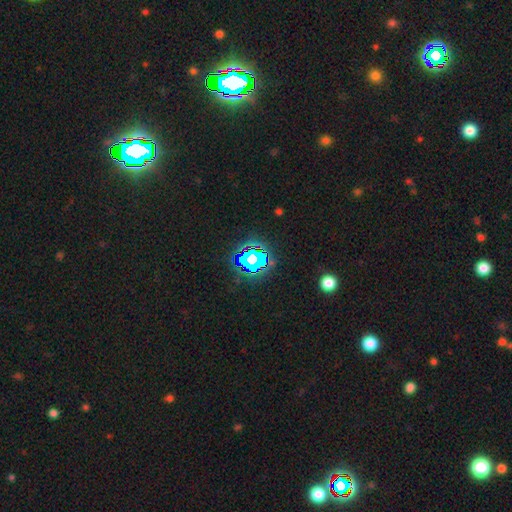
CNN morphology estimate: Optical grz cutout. It shows a star or artifact, not a galaxy (75%).